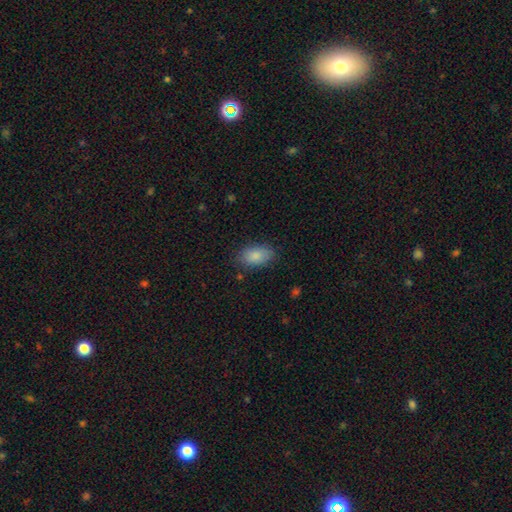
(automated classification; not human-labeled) Q: Smooth or featured?
A: smooth (86%); runner-up: star or artifact (7%)
Q: How rounded?
A: in between (92%); runner-up: round (6%)
Q: Merging?
A: none (82%); runner-up: minor disturbance (13%)